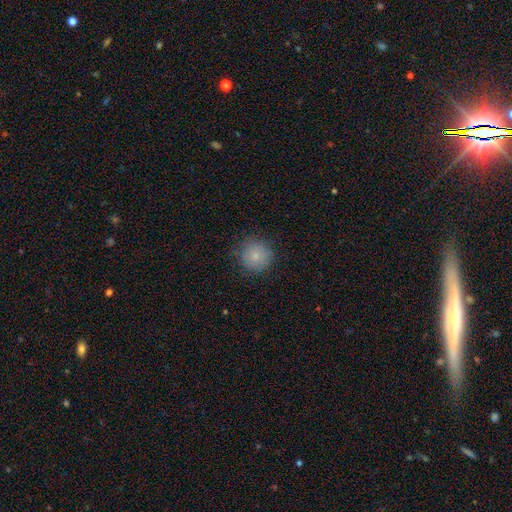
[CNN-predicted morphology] smooth-or-featured: smooth: 80% | star or artifact: 11% | featured or disk: 9%
  how-rounded: round: 93% | in between: 6% | cigar-shaped: 1%
  merging: none: 82% | minor disturbance: 13% | major disturbance: 4% | merger: 1%